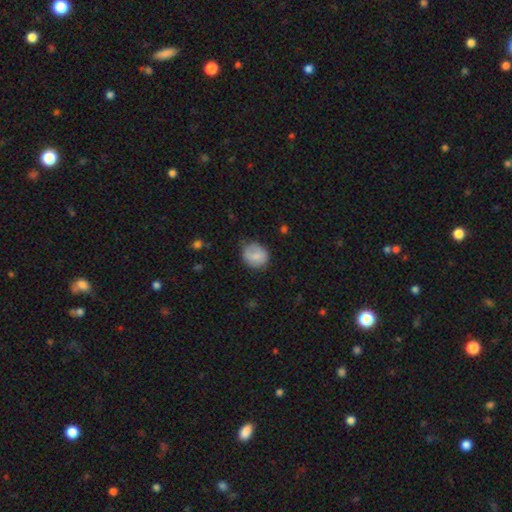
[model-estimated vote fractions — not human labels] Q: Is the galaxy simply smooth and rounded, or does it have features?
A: smooth — 75%.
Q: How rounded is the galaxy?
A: round — 72%.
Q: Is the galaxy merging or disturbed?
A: none — 71%.